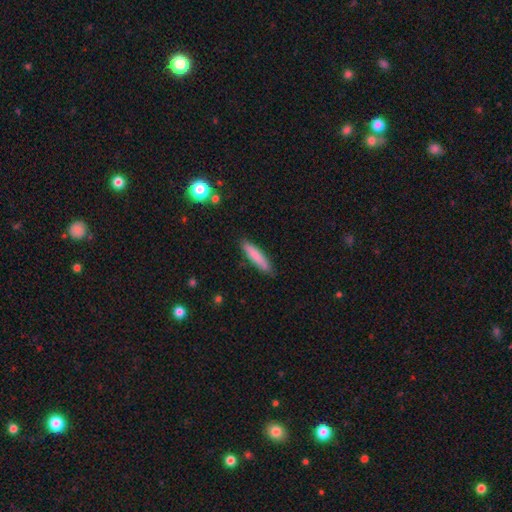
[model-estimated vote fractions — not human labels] smooth 82%, featured or disk 12%, star or artifact 6%. Down the decision tree: how rounded — cigar-shaped (86%); merging — none (87%).